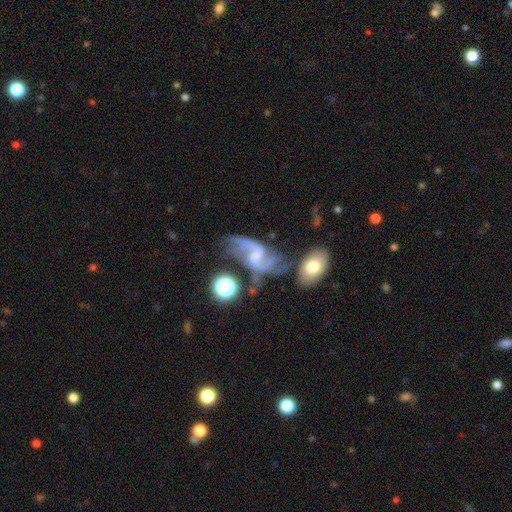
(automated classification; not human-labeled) A featured or disk galaxy (85%) with a weak bar (54%), 2 (86%) loose (63%) spiral arms (94%) and a small central bulge (54%). Merging: none (38%).